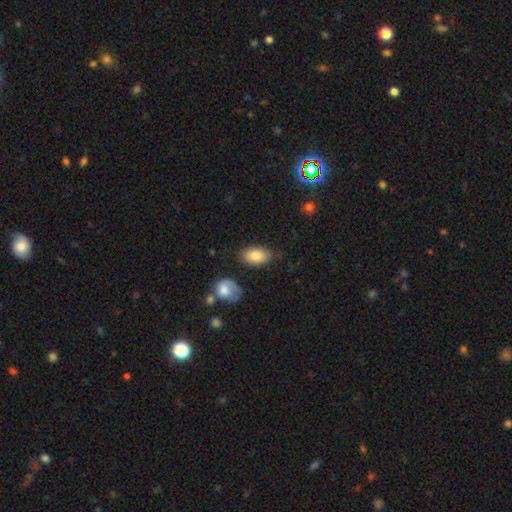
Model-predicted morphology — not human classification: Smooth or featured? smooth (84%)
How rounded? in between (93%)
Merging? none (76%)